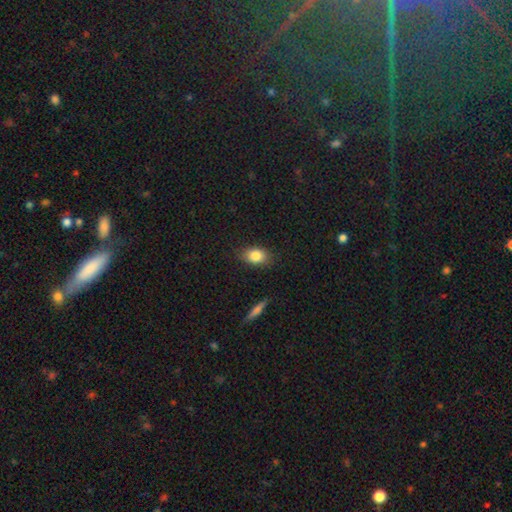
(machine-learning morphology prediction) The model was most divided on "how rounded": in between: 76%, round: 22%, cigar-shaped: 3%. More confident: merging — none (84%); smooth or featured — smooth (82%).